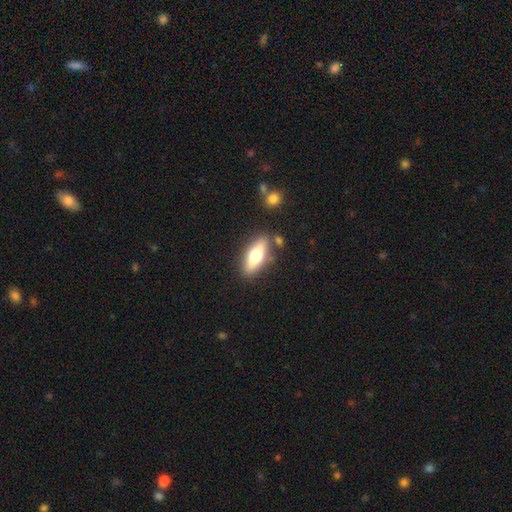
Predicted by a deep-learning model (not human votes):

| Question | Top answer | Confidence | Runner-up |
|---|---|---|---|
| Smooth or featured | smooth | 61% | featured or disk (33%) |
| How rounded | in between | 61% | cigar-shaped (36%) |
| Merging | none | 81% | minor disturbance (11%) |